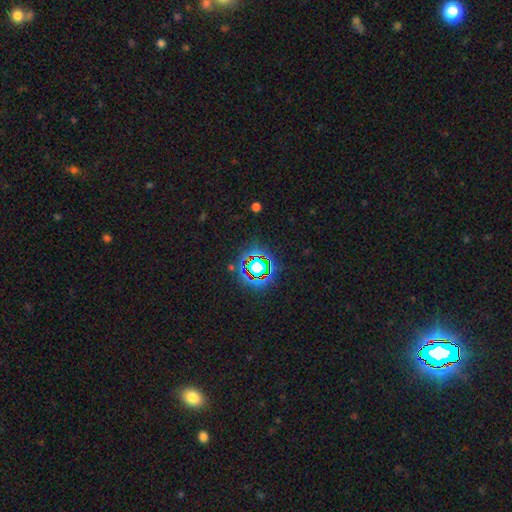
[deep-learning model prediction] Smooth or featured: star or artifact — 78% (smooth — 13%)